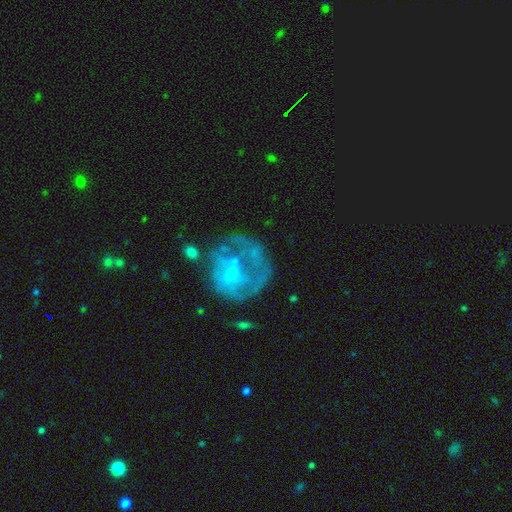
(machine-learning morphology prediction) Smooth or featured? featured or disk (63%)
Edge-on disk? no (97%)
Bar? no (68%)
Spiral arms? yes (51%)
Bulge size? none (42%)
Merging? none (49%)